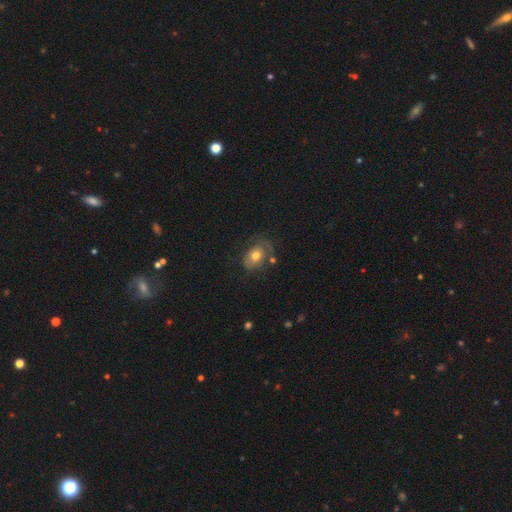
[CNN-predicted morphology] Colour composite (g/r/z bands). It shows a smooth galaxy with no disk features (51%) that is in between round and cigar-shaped (70%). Merging: none (49%).